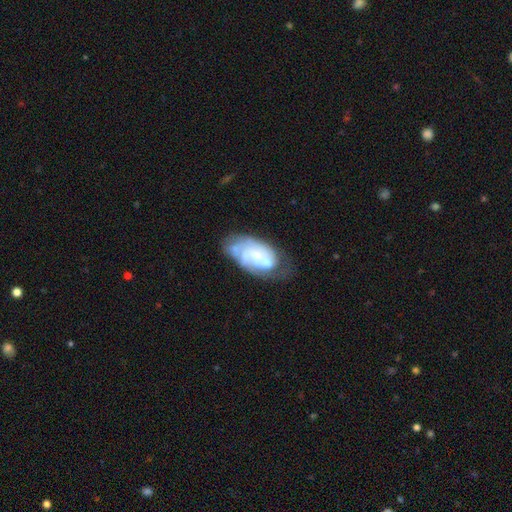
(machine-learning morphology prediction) A featured or disk galaxy (67%) with no bar (73%), spiral arms (75%) and no central bulge (39%). Merging: none (46%).